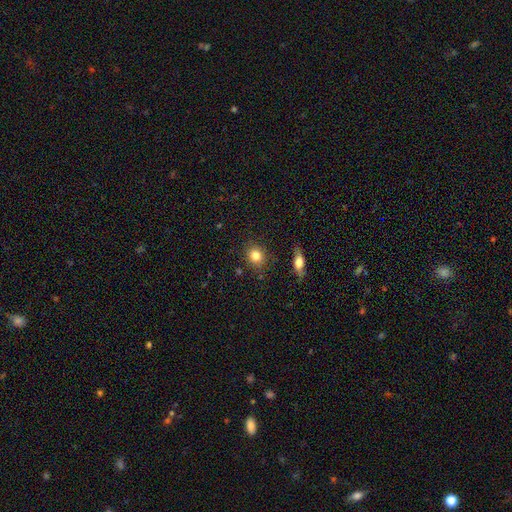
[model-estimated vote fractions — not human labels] A smooth galaxy with no disk features (81%) that is round (76%). Merging: none (85%).